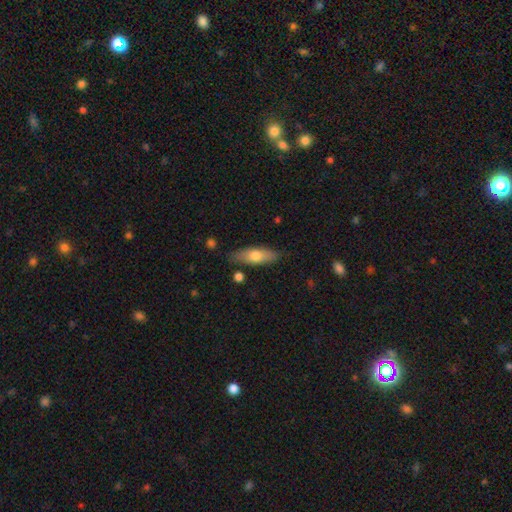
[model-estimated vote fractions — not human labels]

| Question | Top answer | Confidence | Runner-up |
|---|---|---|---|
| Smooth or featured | smooth | 66% | featured or disk (28%) |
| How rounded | in between | 57% | cigar-shaped (40%) |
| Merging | none | 82% | minor disturbance (13%) |